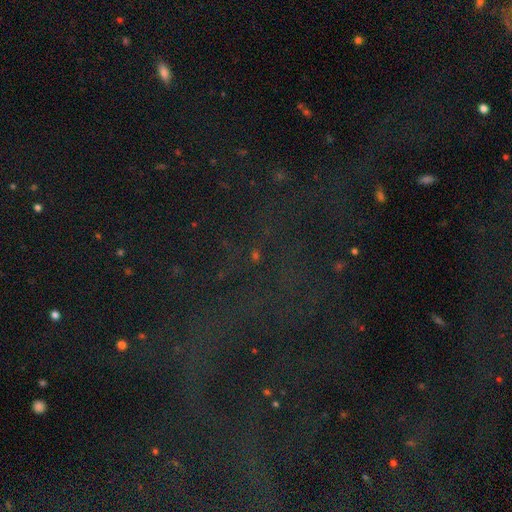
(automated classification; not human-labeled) smooth_or_featured: star or artifact (p=0.75) [alt: smooth p=0.13]